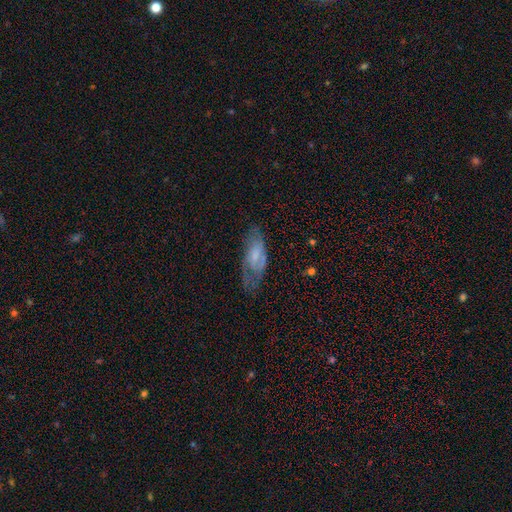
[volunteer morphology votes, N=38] Smooth or featured?
  - smooth: 55% *
  - featured or disk: 39%
  - star or artifact: 5%
How rounded?
  - in between: 62% *
  - cigar-shaped: 38%
  - round: 0%
Merging?
  - minor disturbance: 56% *
  - none: 28%
  - major disturbance: 11%
  - merger: 6%